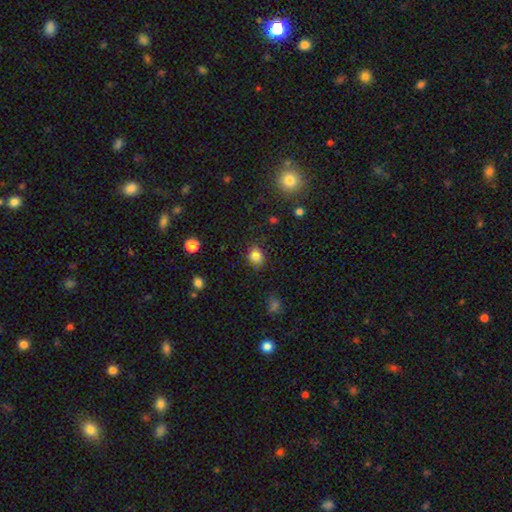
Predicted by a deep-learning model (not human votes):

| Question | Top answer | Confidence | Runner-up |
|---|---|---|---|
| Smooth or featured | smooth | 82% | star or artifact (12%) |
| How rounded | round | 73% | in between (26%) |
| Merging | none | 83% | minor disturbance (12%) |